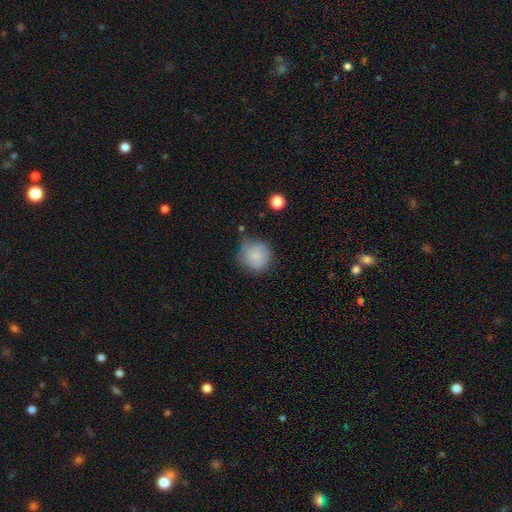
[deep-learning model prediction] Q: Smooth or featured?
A: smooth (83%); runner-up: featured or disk (9%)
Q: How rounded?
A: round (91%); runner-up: in between (8%)
Q: Merging?
A: none (65%); runner-up: minor disturbance (25%)